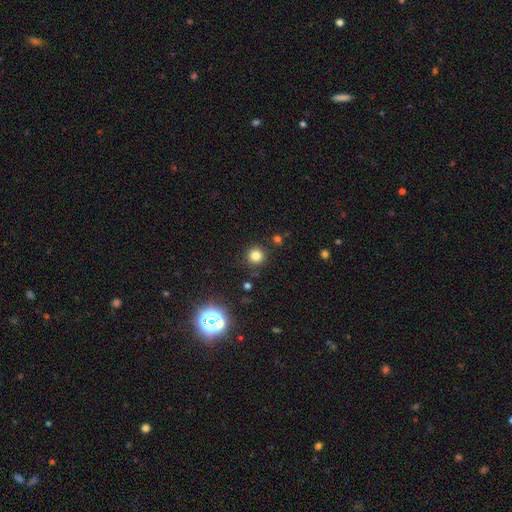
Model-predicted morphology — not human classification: This appears to be a smooth galaxy with no disk features (80%) that is round (94%). Merging: none (89%).